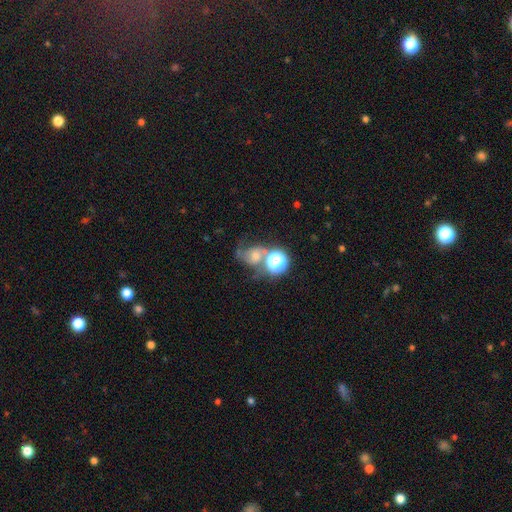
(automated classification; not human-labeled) Morphology: type=featured or disk (45%); merging=none (42%).